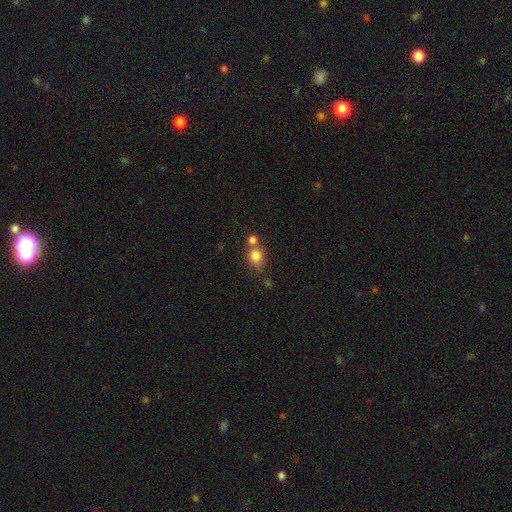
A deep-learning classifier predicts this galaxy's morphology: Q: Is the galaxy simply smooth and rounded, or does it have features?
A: smooth — 82%.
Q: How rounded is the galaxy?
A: round — 66%.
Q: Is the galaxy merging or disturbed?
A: none — 48%.